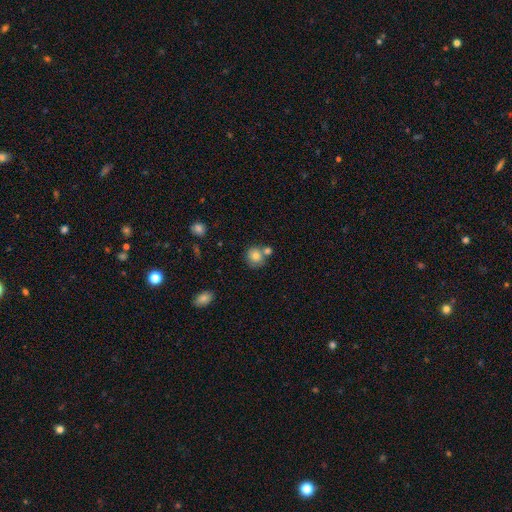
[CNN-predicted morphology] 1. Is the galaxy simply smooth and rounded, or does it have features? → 79% smooth, 12% featured or disk, 10% star or artifact.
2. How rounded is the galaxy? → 88% round, 11% in between, 1% cigar-shaped.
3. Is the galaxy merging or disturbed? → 58% none, 28% merger, 11% minor disturbance, 3% major disturbance.